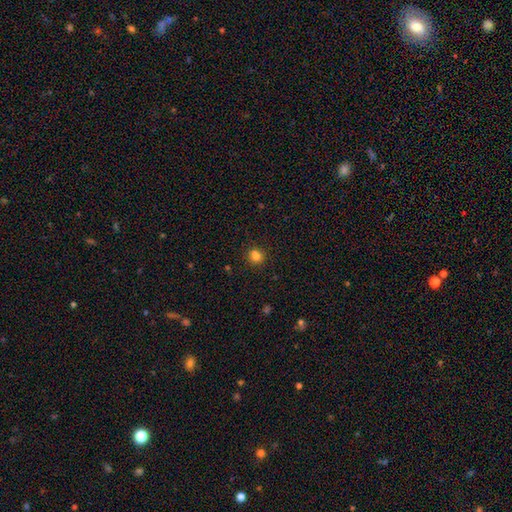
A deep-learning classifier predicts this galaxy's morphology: Q: Smooth or featured?
A: smooth (80%); runner-up: star or artifact (14%)
Q: How rounded?
A: round (74%); runner-up: in between (25%)
Q: Merging?
A: none (74%); runner-up: merger (11%)